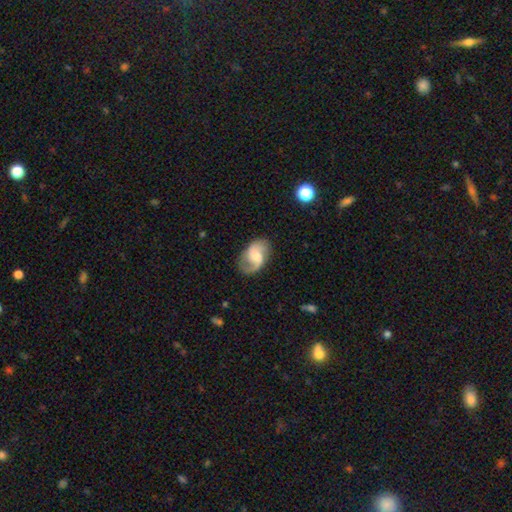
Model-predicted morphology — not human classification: A featured or disk galaxy (72%) with a weak bar (47%), 2 (83%) loose (50%) spiral arms (94%) and a moderate central bulge (42%).

Vote fractions:
- Smooth or featured? featured or disk: 72% / smooth: 22% / star or artifact: 6%
- Edge-on disk? no: 97% / yes: 3%
- Bar? weak: 47% / no: 44% / strong: 9%
- Spiral arms? yes: 94% / no: 6%
- Spiral winding? loose: 50% / medium: 39% / tight: 11%
- Spiral arm count? 2: 83% / 1: 9% / can't tell: 5% / 3: 1% / 4: 1% / more than 4: 1%
- Bulge size? moderate: 42% / small: 35% / none: 12% / large: 10% / dominant: 2%
- Merging? none: 73% / minor disturbance: 18% / major disturbance: 8% / merger: 2%